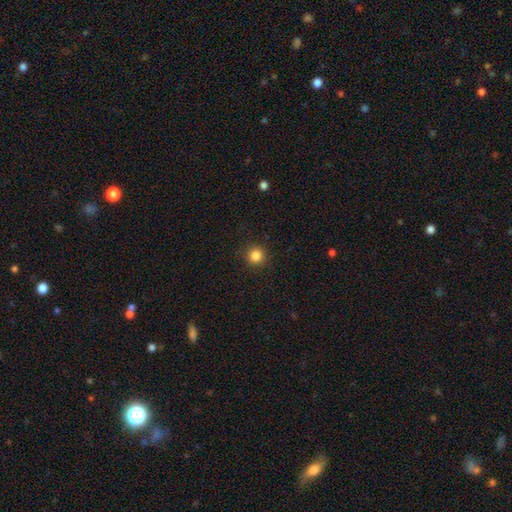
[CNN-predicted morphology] Smooth or featured? smooth (84%)
How rounded? round (95%)
Merging? none (91%)